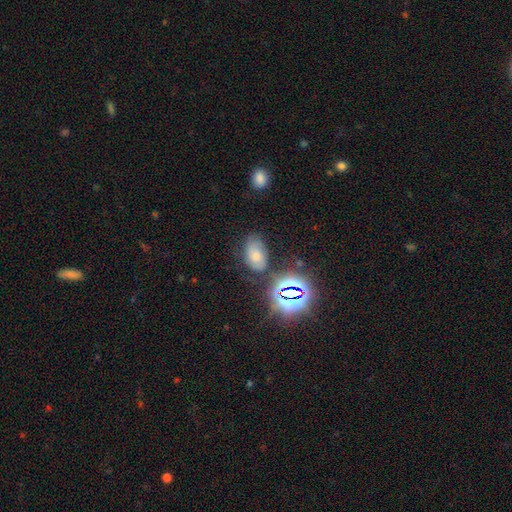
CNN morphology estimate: The model was most divided on "smooth or featured": smooth: 54%, star or artifact: 24%, featured or disk: 22%. More confident: how rounded — in between (90%); merging — none (62%).